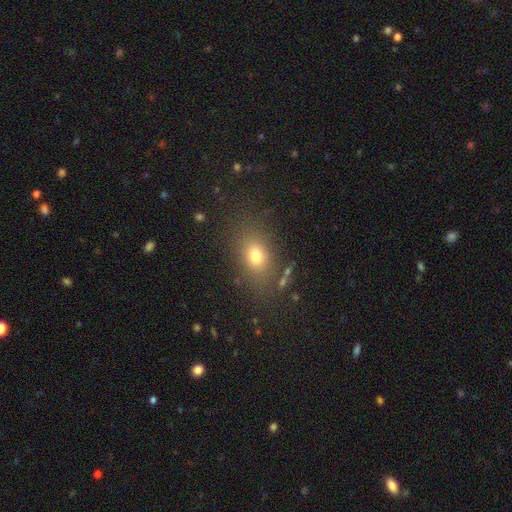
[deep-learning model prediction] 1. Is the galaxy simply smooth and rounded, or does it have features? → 73% smooth, 16% star or artifact, 11% featured or disk.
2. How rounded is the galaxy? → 67% in between, 29% round, 3% cigar-shaped.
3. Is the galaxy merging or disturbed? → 80% none, 12% minor disturbance, 5% major disturbance, 3% merger.